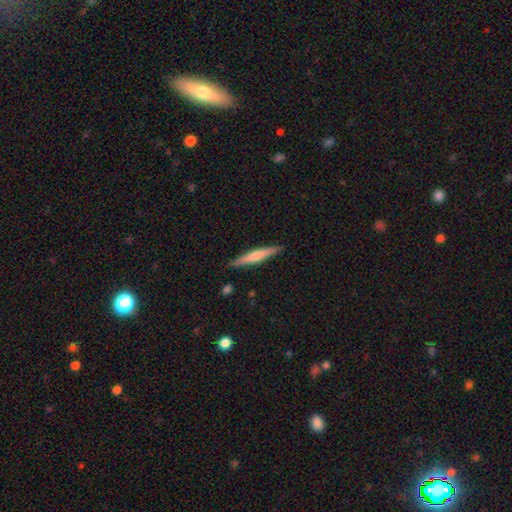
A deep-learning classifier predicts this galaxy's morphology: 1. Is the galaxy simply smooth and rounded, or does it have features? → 52% featured or disk, 43% smooth, 6% star or artifact.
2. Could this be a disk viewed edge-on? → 97% yes, 3% no.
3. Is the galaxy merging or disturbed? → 90% none, 7% minor disturbance, 1% major disturbance, 1% merger.